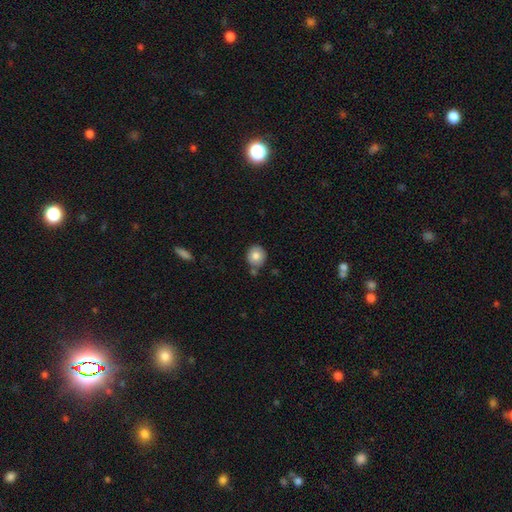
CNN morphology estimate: The model was most divided on "merging": none: 72%, minor disturbance: 14%, merger: 10%, major disturbance: 3%. More confident: how rounded — round (85%); smooth or featured — smooth (80%).